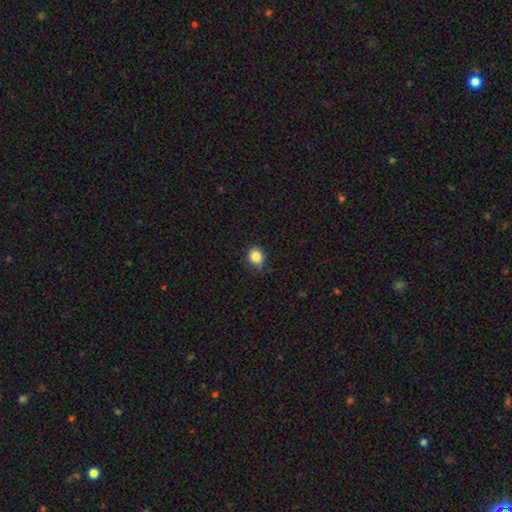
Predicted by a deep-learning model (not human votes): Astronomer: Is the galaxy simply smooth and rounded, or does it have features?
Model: smooth — 85%.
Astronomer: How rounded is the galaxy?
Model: round — 63%.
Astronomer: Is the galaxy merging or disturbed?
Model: none — 74%.